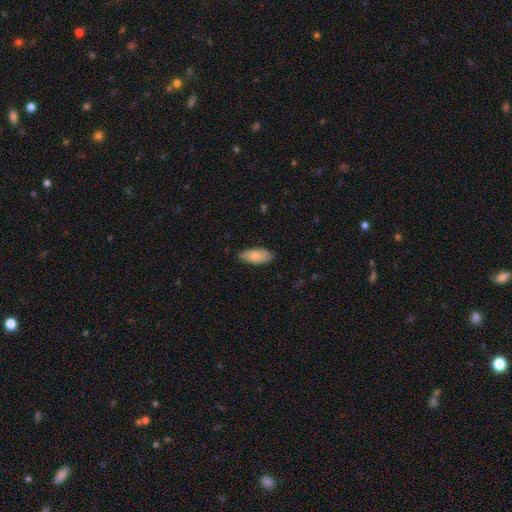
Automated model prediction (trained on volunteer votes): smooth 83%, featured or disk 11%, star or artifact 6%. Down the decision tree: how rounded — in between (87%); merging — none (77%).